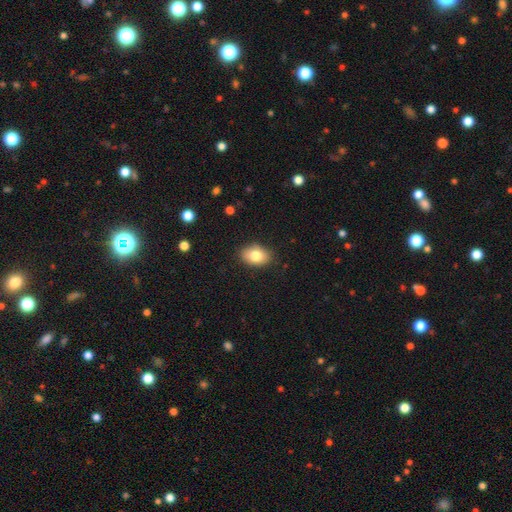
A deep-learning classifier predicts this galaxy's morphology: smooth-or-featured: smooth: 80% | featured or disk: 12% | star or artifact: 8%
  how-rounded: in between: 83% | round: 16% | cigar-shaped: 1%
  merging: none: 86% | minor disturbance: 11% | major disturbance: 2% | merger: 1%